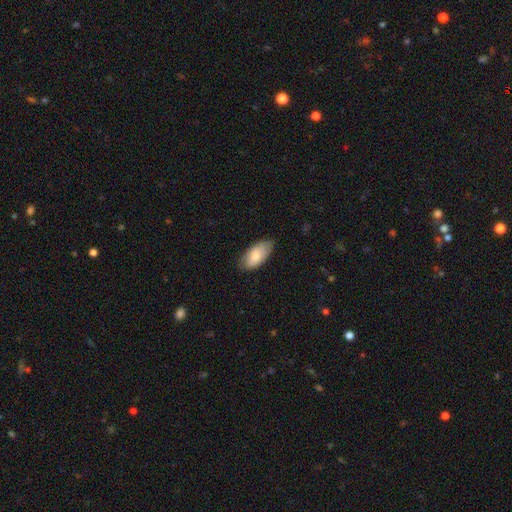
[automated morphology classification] Smooth or featured? Predicted: smooth (p=0.81). How rounded? Predicted: in between (p=0.93). Merging? Predicted: none (p=0.75).